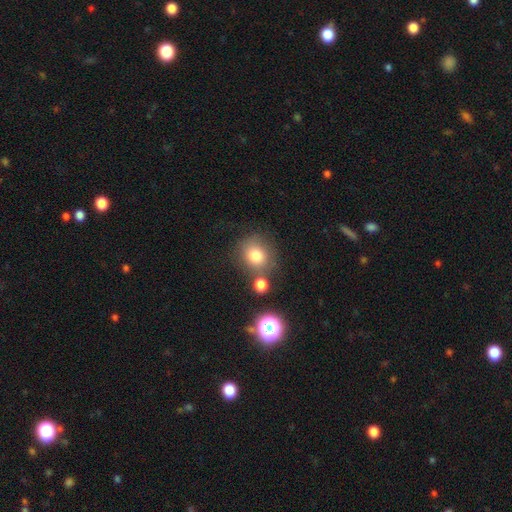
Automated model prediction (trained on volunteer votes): The model was most divided on "merging": none: 70%, merger: 13%, minor disturbance: 13%, major disturbance: 5%. More confident: how rounded — round (81%); smooth or featured — smooth (78%).